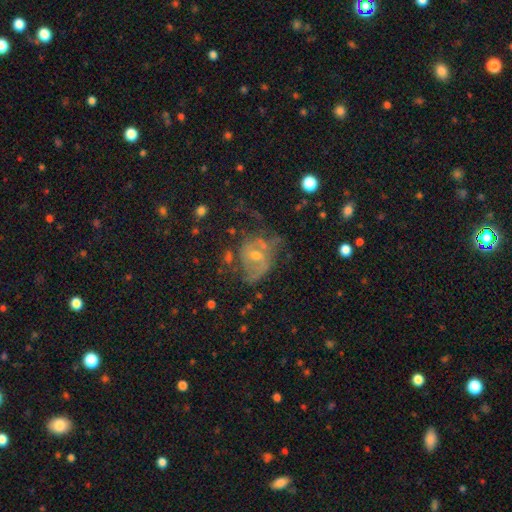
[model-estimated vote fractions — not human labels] smooth-or-featured: featured or disk: 60% | smooth: 26% | star or artifact: 14%
  disk-edge-on: no: 97% | yes: 3%
    bar: no: 60% | weak: 32% | strong: 8%
    has-spiral-arms: yes: 61% | no: 39%
    bulge-size: moderate: 53% | small: 41% | large: 3% | none: 3% | dominant: 1%
  merging: none: 42% | major disturbance: 27% | minor disturbance: 25% | merger: 6%